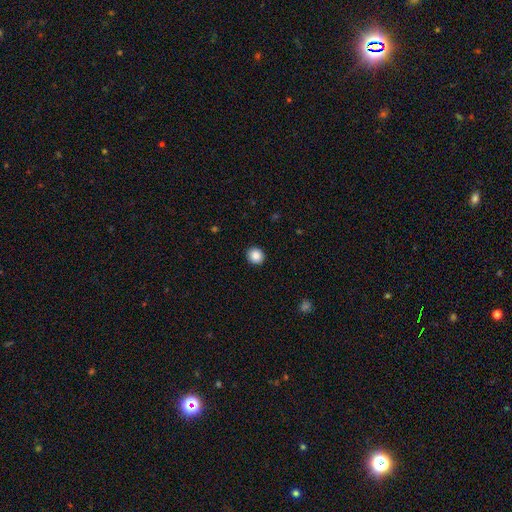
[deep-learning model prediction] This is clearly a smooth galaxy (88%). How rounded: clearly round (88%). Merging: clearly none (92%).